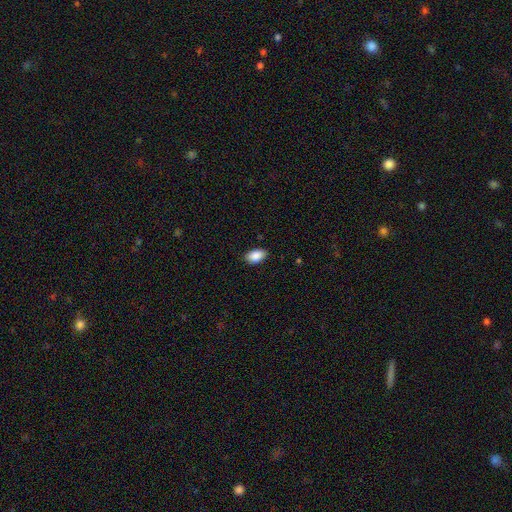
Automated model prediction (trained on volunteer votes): Morphology: type=smooth (89%); roundness=in between (92%); merging=none (84%).